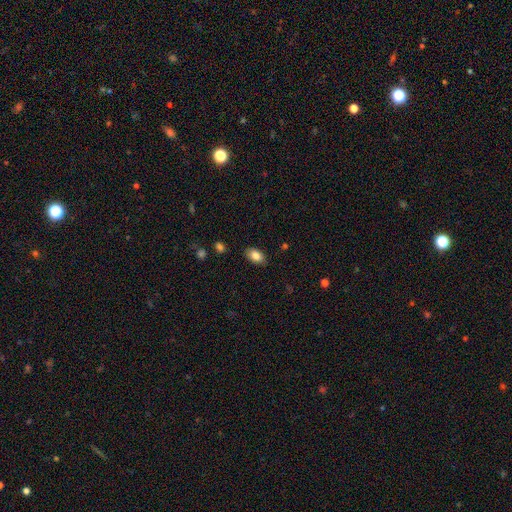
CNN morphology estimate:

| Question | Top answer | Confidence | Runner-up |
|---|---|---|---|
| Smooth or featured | smooth | 84% | featured or disk (8%) |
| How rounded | in between | 91% | round (7%) |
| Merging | none | 87% | minor disturbance (10%) |